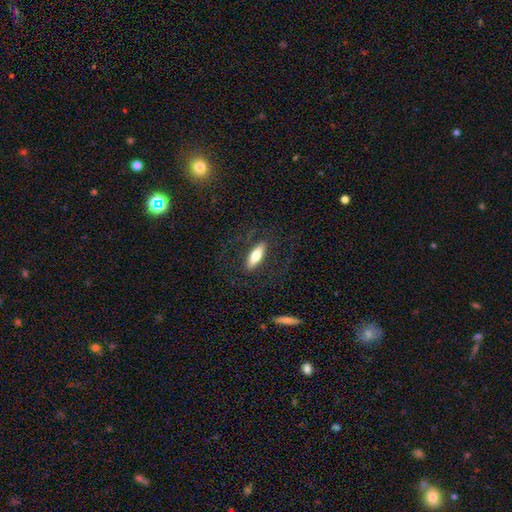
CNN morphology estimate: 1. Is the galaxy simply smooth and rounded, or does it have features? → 67% smooth, 26% featured or disk, 6% star or artifact.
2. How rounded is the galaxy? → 52% in between, 46% cigar-shaped, 2% round.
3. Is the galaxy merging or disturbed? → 81% none, 12% minor disturbance, 6% major disturbance, 1% merger.